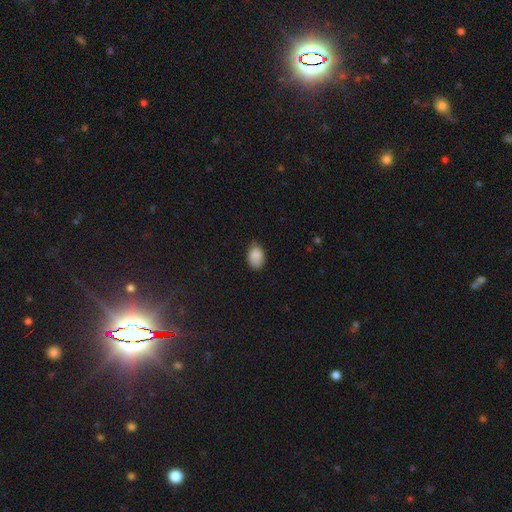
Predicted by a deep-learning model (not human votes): The model was most divided on "merging": none: 69%, minor disturbance: 26%, major disturbance: 4%, merger: 1%. More confident: smooth or featured — smooth (88%); how rounded — in between (78%).